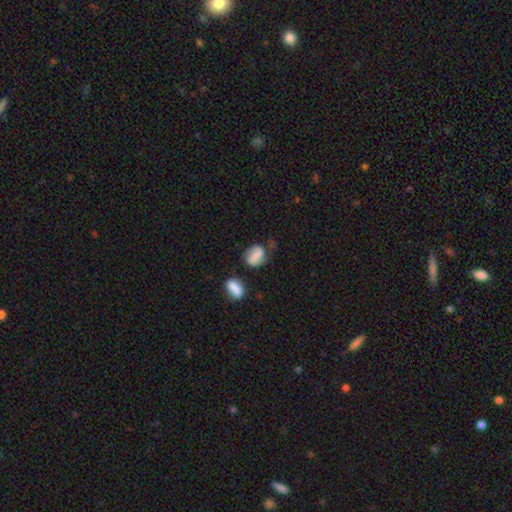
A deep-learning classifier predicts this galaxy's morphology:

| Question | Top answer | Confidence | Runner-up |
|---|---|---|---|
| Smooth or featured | smooth | 56% | featured or disk (34%) |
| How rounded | in between | 66% | round (32%) |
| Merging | none | 43% | minor disturbance (27%) |